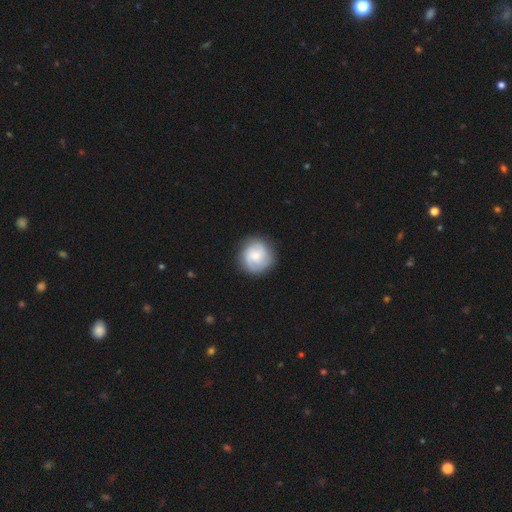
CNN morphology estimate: A smooth galaxy with no disk features (53%) that is round (93%).

Vote fractions:
- Smooth or featured? smooth: 53% / featured or disk: 40% / star or artifact: 7%
- How rounded? round: 93% / in between: 6% / cigar-shaped: 1%
- Merging? none: 85% / minor disturbance: 11% / major disturbance: 3% / merger: 1%